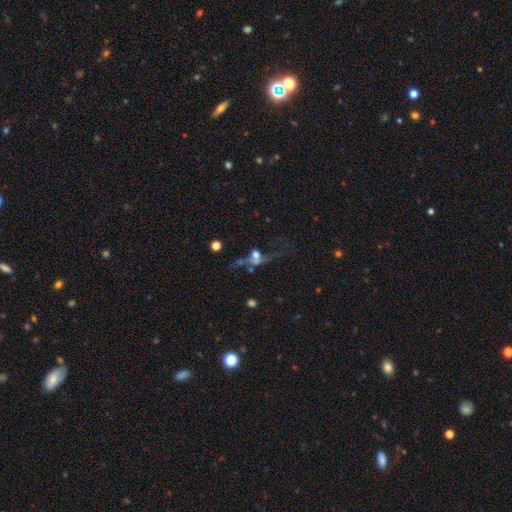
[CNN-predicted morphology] This appears to be a featured or disk galaxy (44%). Merging: major disturbance (30%).